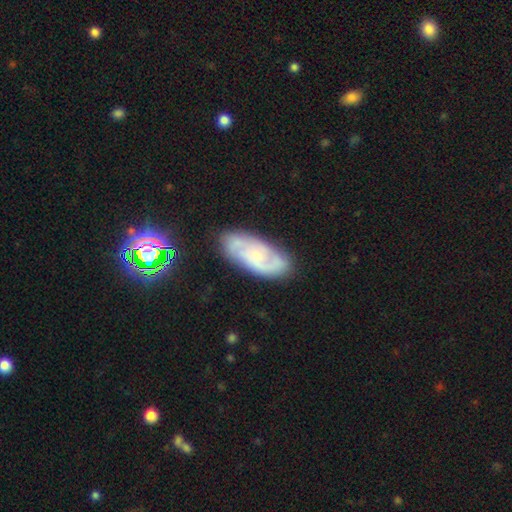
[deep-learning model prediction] Smooth or featured?
  - featured or disk: 72% *
  - smooth: 20%
  - star or artifact: 8%
Edge-on disk?
  - no: 94% *
  - yes: 6%
Bar?
  - no: 63% *
  - weak: 32%
  - strong: 5%
Spiral arms?
  - yes: 92% *
  - no: 8%
Spiral winding?
  - medium: 44% *
  - tight: 41%
  - loose: 16%
Spiral arm count?
  - 2: 56% *
  - can't tell: 24%
  - 3: 12%
  - 1: 3%
  - 4: 3%
  - more than 4: 2%
Bulge size?
  - small: 66% *
  - moderate: 23%
  - none: 8%
  - large: 2%
  - dominant: 1%
Merging?
  - none: 76% *
  - minor disturbance: 17%
  - major disturbance: 5%
  - merger: 3%